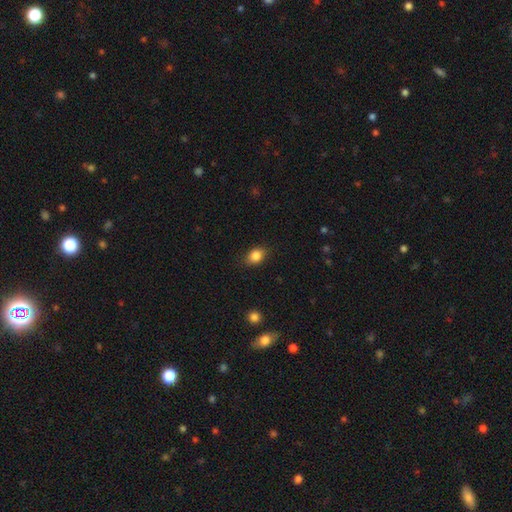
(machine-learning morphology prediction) A smooth galaxy with no disk features (85%) that is in between round and cigar-shaped (67%).

Vote fractions:
- Smooth or featured? smooth: 85% / star or artifact: 9% / featured or disk: 6%
- How rounded? in between: 67% / round: 32% / cigar-shaped: 1%
- Merging? none: 83% / minor disturbance: 13% / major disturbance: 3% / merger: 1%